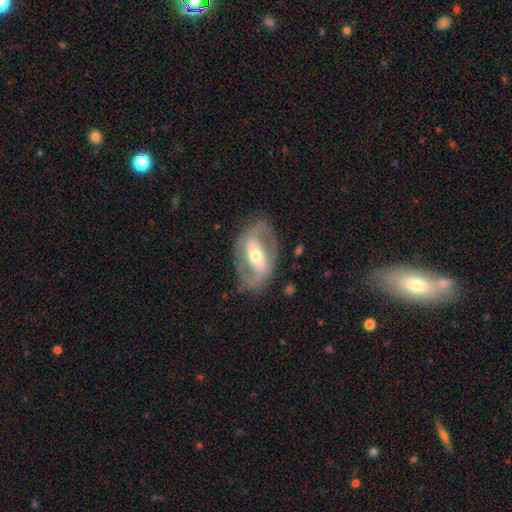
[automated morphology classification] Smooth or featured? Predicted: featured or disk (p=0.77). Edge-on disk? Predicted: no (p=0.92). Bar? Predicted: strong (p=0.52). Spiral arms? Predicted: yes (p=0.62). Bulge size? Predicted: moderate (p=0.64). Merging? Predicted: none (p=0.77).